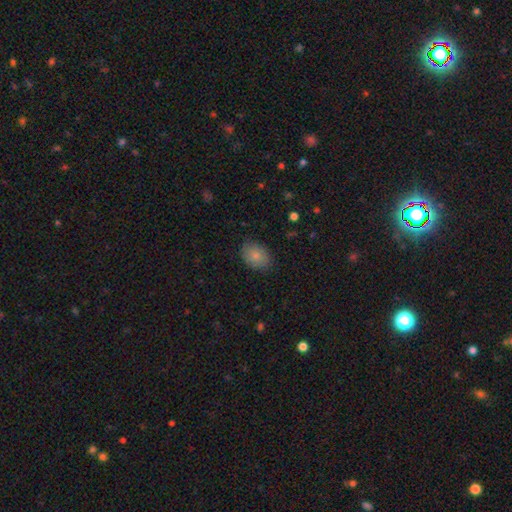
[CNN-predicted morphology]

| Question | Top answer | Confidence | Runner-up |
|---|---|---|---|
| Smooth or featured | smooth | 84% | featured or disk (8%) |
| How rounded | in between | 78% | round (21%) |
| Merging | none | 83% | minor disturbance (13%) |